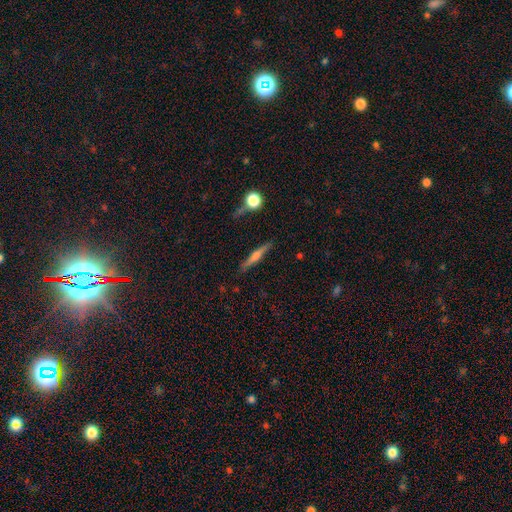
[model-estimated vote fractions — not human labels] Smooth or featured: featured or disk — 60% (smooth — 33%)
Edge-on disk: yes — 96% (no — 4%)
Edge-on bulge: rounded — 79% (none — 11%)
Merging: none — 84% (minor disturbance — 11%)